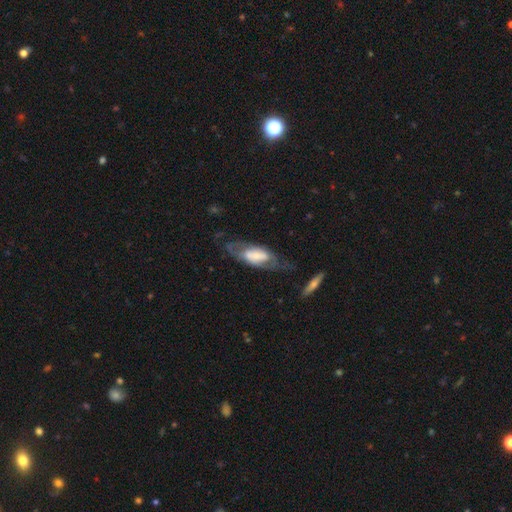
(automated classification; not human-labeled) A featured or disk galaxy (61%).

Vote fractions:
- Smooth or featured? featured or disk: 61% / smooth: 33% / star or artifact: 6%
- Edge-on disk? no: 81% / yes: 19%
- Merging? none: 51% / major disturbance: 23% / minor disturbance: 21% / merger: 5%